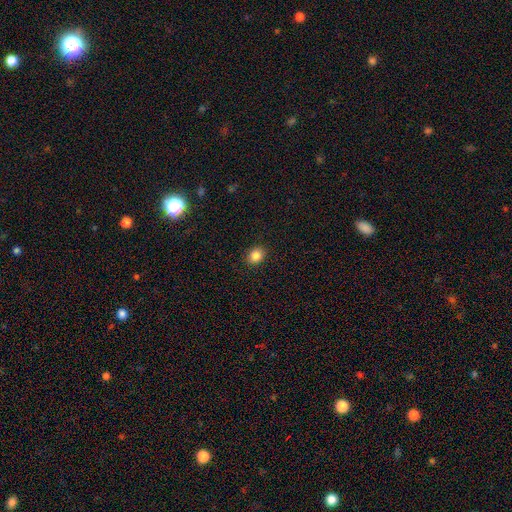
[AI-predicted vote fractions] Smooth or featured: smooth — 85% (star or artifact — 10%)
How rounded: round — 53% (in between — 46%)
Merging: none — 90% (minor disturbance — 7%)